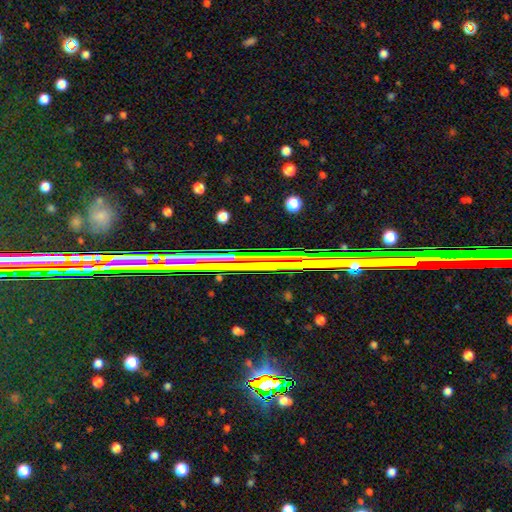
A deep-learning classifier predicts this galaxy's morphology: smooth-or-featured: star or artifact: 70% | featured or disk: 20% | smooth: 10%